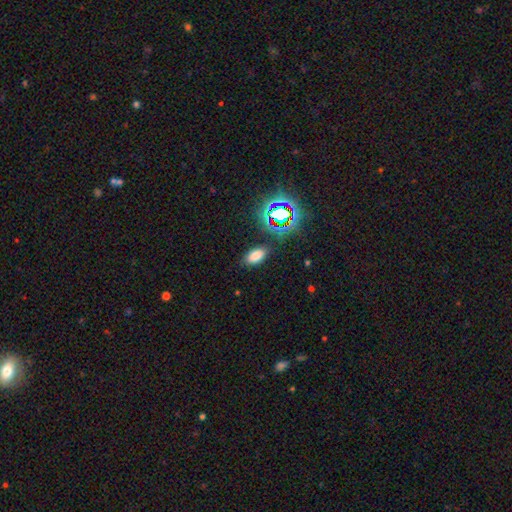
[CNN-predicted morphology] A smooth galaxy with no disk features (72%) that is in between round and cigar-shaped (90%).

Vote fractions:
- Smooth or featured? smooth: 72% / star or artifact: 21% / featured or disk: 7%
- How rounded? in between: 90% / round: 6% / cigar-shaped: 4%
- Merging? none: 85% / minor disturbance: 10% / major disturbance: 3% / merger: 2%